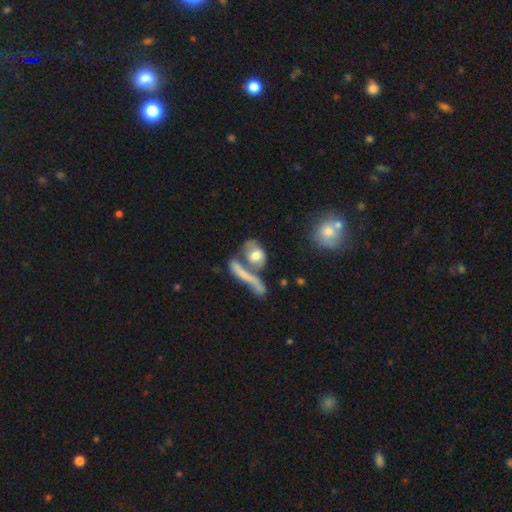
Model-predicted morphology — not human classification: smooth_or_featured: smooth (p=0.58) [alt: featured or disk p=0.33]
how_rounded: in between (p=0.58) [alt: round p=0.26]
merging: merger (p=0.42) [alt: none p=0.31]